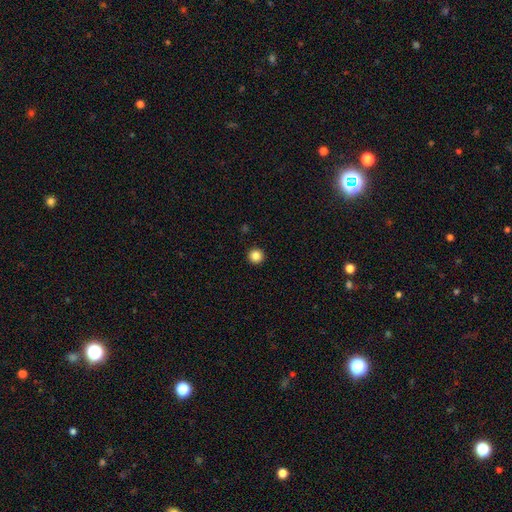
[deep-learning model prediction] The model was most divided on "smooth or featured": smooth: 85%, star or artifact: 11%, featured or disk: 4%. More confident: how rounded — round (97%); merging — none (94%).